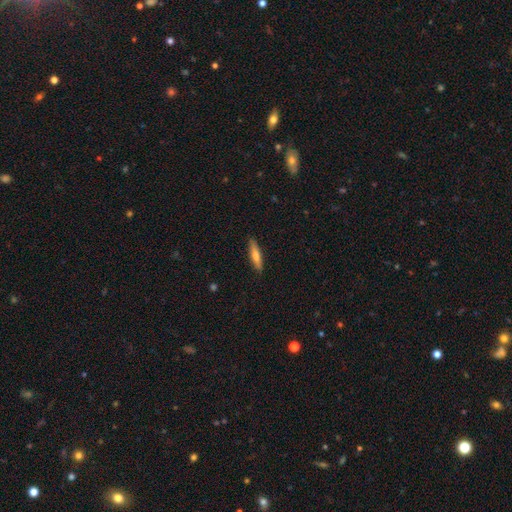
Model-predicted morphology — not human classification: Smooth or featured: smooth — 63% (featured or disk — 32%)
How rounded: cigar-shaped — 81% (in between — 18%)
Merging: none — 89% (minor disturbance — 9%)